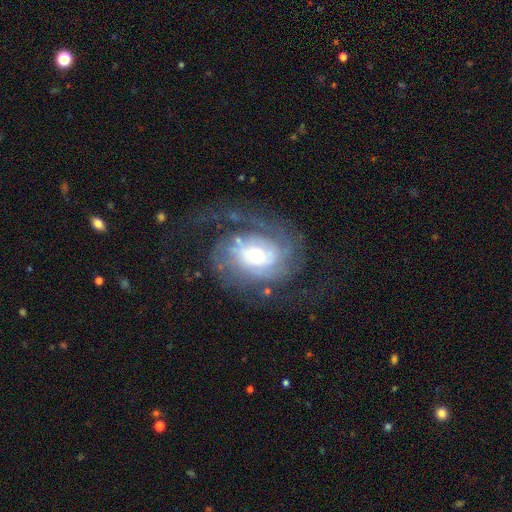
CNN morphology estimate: type=featured or disk (82%); edge-on=no (97%); bar=no (59%); spiral arms=yes (92%); winding=tight (48%); arm count=2 (35%); bulge=moderate (47%); merging=none (51%).